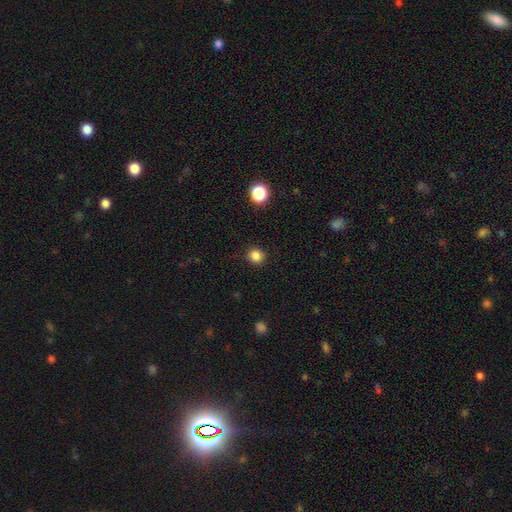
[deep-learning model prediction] Smooth or featured? smooth (85%)
How rounded? round (87%)
Merging? none (90%)